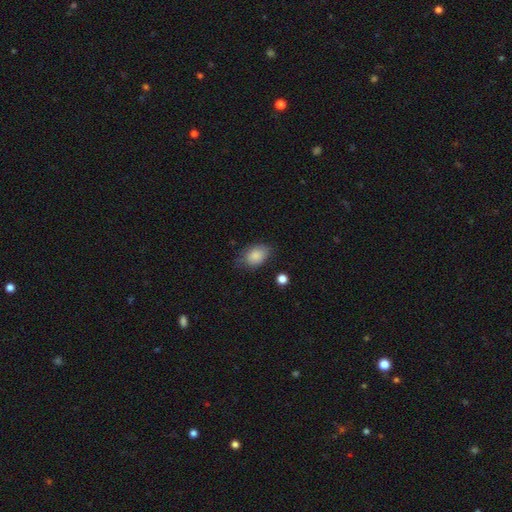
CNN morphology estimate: Smooth or featured: smooth — 84% (featured or disk — 8%)
How rounded: in between — 83% (round — 16%)
Merging: none — 65% (minor disturbance — 27%)